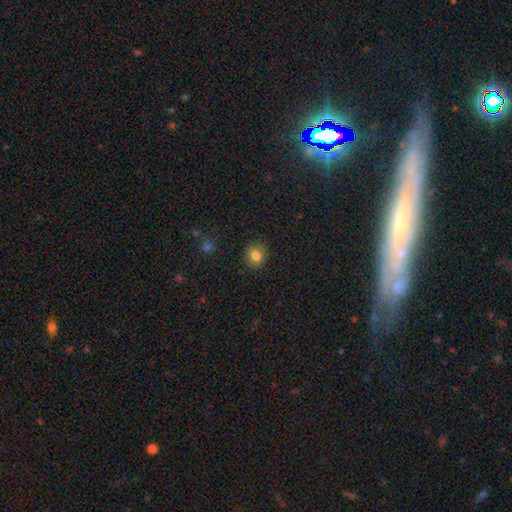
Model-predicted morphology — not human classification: smooth_or_featured: smooth (p=0.81) [alt: star or artifact p=0.11]
how_rounded: round (p=0.80) [alt: in between p=0.19]
merging: none (p=0.88) [alt: minor disturbance p=0.08]